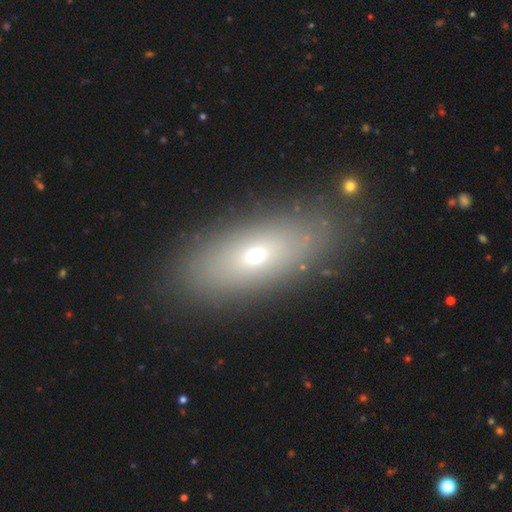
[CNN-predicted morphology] Q: Smooth or featured?
A: smooth (59%); runner-up: featured or disk (28%)
Q: How rounded?
A: in between (67%); runner-up: cigar-shaped (26%)
Q: Merging?
A: none (84%); runner-up: minor disturbance (10%)